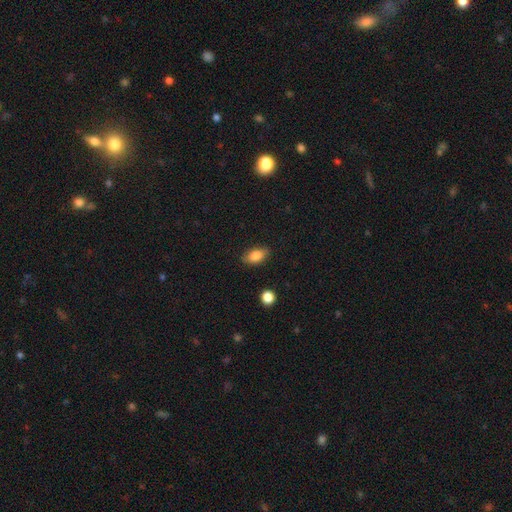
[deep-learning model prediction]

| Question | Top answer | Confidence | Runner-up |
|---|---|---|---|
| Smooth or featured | smooth | 84% | featured or disk (8%) |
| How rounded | in between | 88% | round (7%) |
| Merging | none | 85% | minor disturbance (11%) |